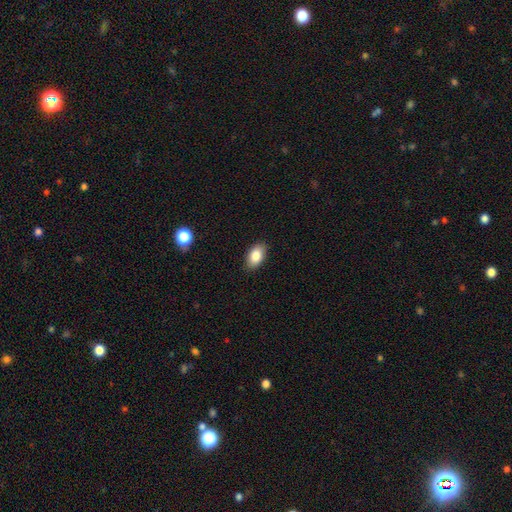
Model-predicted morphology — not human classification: A smooth galaxy with no disk features (85%) that is in between round and cigar-shaped (92%).

Vote fractions:
- Smooth or featured? smooth: 85% / star or artifact: 7% / featured or disk: 7%
- How rounded? in between: 92% / round: 6% / cigar-shaped: 2%
- Merging? none: 87% / minor disturbance: 10% / major disturbance: 2% / merger: 1%